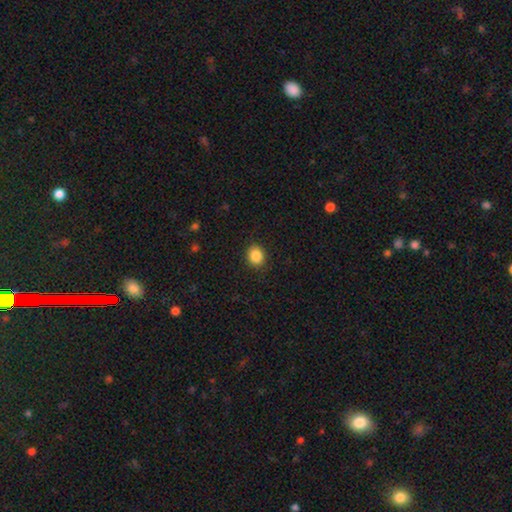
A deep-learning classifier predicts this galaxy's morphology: type=smooth (87%); roundness=round (69%); merging=none (89%).